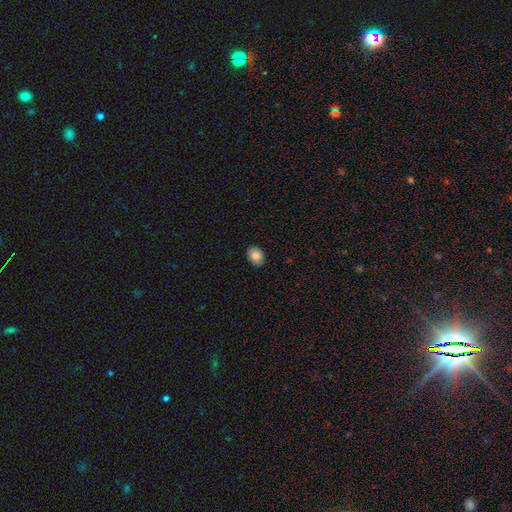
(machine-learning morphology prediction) Q: Smooth or featured?
A: smooth (82%); runner-up: featured or disk (10%)
Q: How rounded?
A: in between (68%); runner-up: round (31%)
Q: Merging?
A: none (89%); runner-up: minor disturbance (9%)